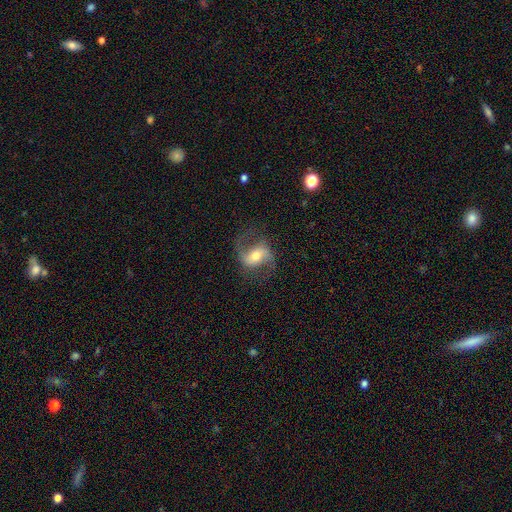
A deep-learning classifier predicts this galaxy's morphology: The model was most divided on "bar": weak: 40%, strong: 35%, no: 25%. More confident: edge-on disk — no (96%); spiral arms — yes (94%); spiral arm count — 2 (91%); smooth or featured — featured or disk (79%); merging — none (73%); bulge size — moderate (61%); spiral winding — loose (53%).